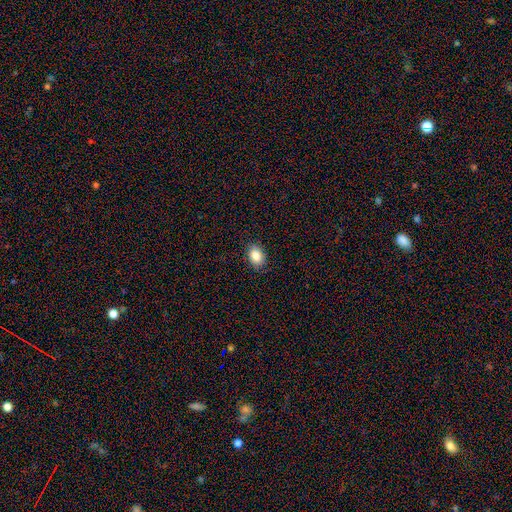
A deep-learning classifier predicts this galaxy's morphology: Smooth or featured? smooth (85%)
How rounded? in between (77%)
Merging? none (87%)